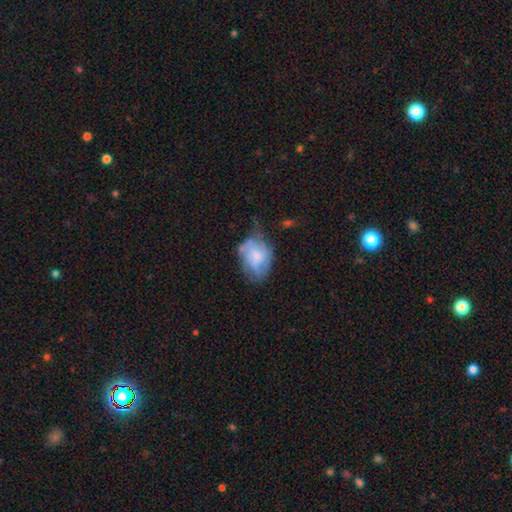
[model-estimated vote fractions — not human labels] Smooth or featured: featured or disk — 47% (smooth — 45%)
Merging: minor disturbance — 35% (tied with none — 35%)